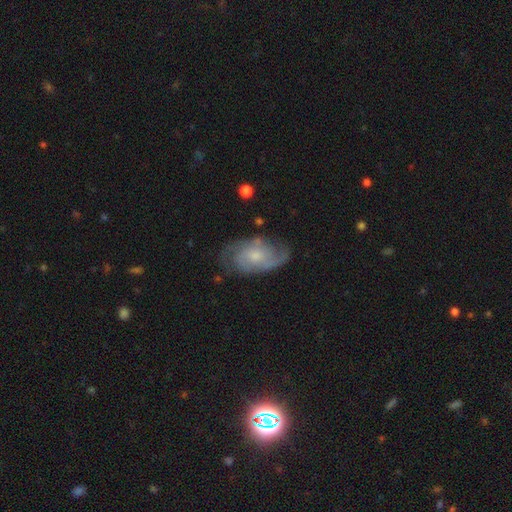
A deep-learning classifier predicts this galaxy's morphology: This appears to be a featured or disk galaxy (79%) with no bar (69%), 2 (53%) medium (43%) spiral arms (93%) and a small central bulge (46%). Merging: none (67%).